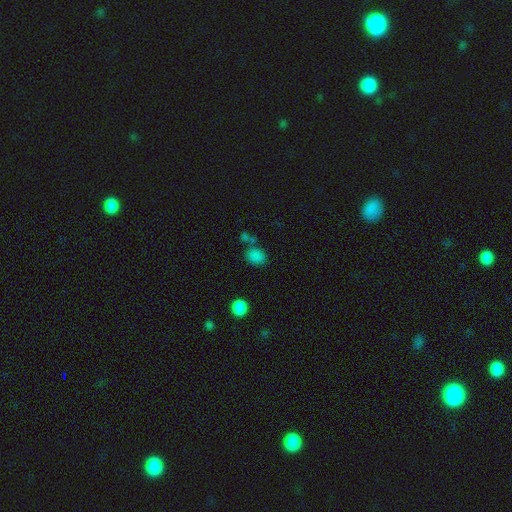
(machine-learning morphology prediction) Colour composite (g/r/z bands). It shows a smooth galaxy with no disk features (80%) that is in between round and cigar-shaped (51%). Merging: none (62%).